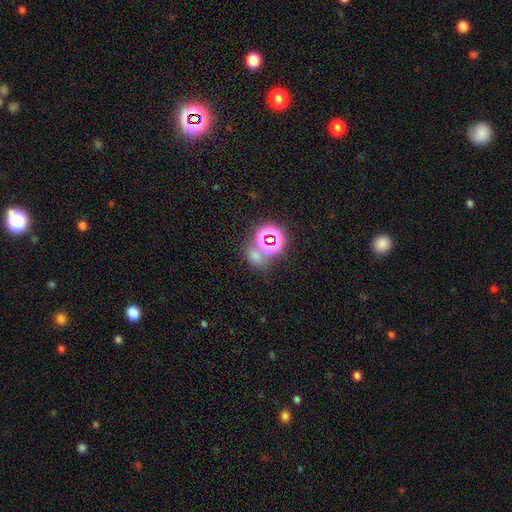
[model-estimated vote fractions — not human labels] Smooth or featured?
  - star or artifact: 56% *
  - smooth: 34%
  - featured or disk: 9%